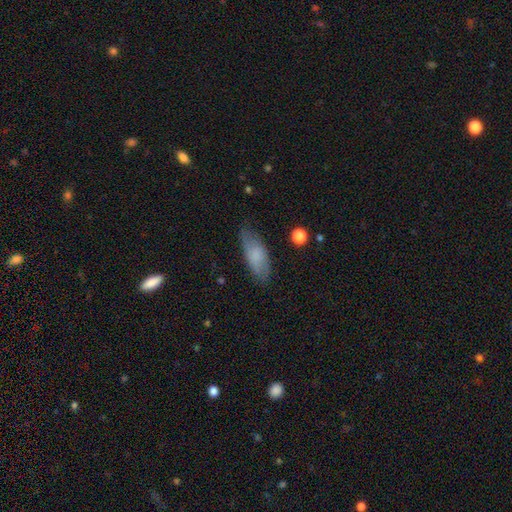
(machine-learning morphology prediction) smooth 76%, featured or disk 17%, star or artifact 7%. Down the decision tree: how rounded — in between (77%); merging — none (73%).